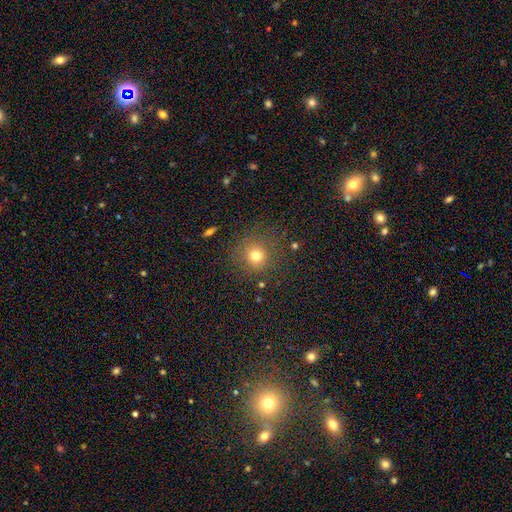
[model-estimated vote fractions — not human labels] smooth-or-featured: smooth: 74% | star or artifact: 18% | featured or disk: 8%
  how-rounded: round: 93% | in between: 6% | cigar-shaped: 1%
  merging: none: 85% | minor disturbance: 9% | major disturbance: 4% | merger: 2%